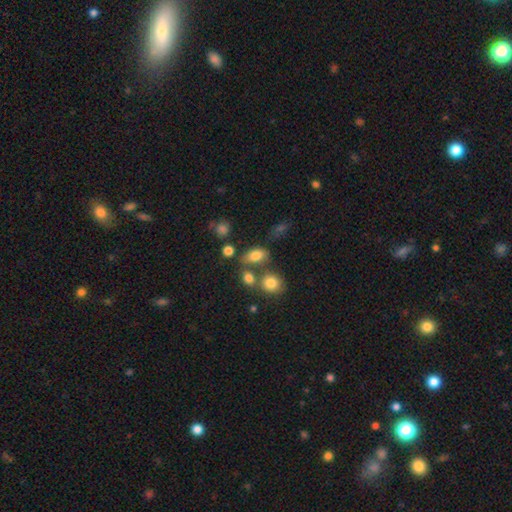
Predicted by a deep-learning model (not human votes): This appears to be a smooth galaxy with no disk features (77%) that is in between round and cigar-shaped (83%). Merging: none (56%).